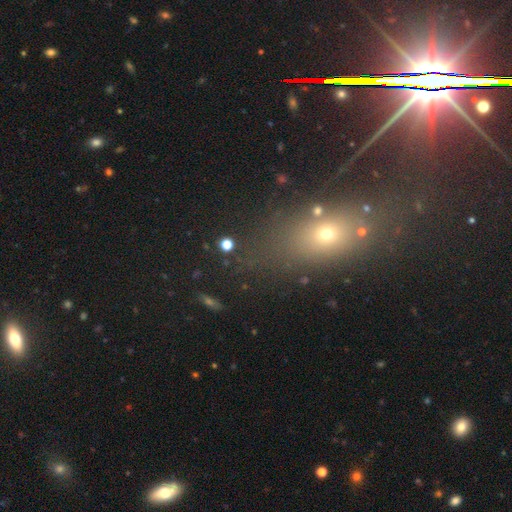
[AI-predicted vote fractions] Overall: star or artifact (47%; smooth 36%).